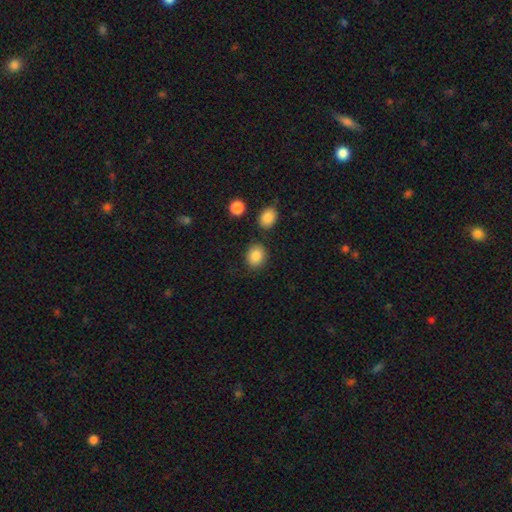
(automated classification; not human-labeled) Overall: smooth (86%). How rounded: round (60%; in between 39%). Merging: none (82%).